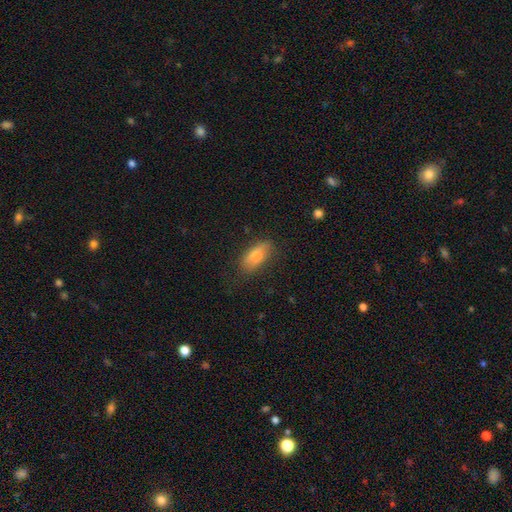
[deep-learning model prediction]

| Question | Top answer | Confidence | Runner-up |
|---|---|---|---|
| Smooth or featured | smooth | 81% | featured or disk (11%) |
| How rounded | in between | 84% | cigar-shaped (13%) |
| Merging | none | 69% | minor disturbance (22%) |